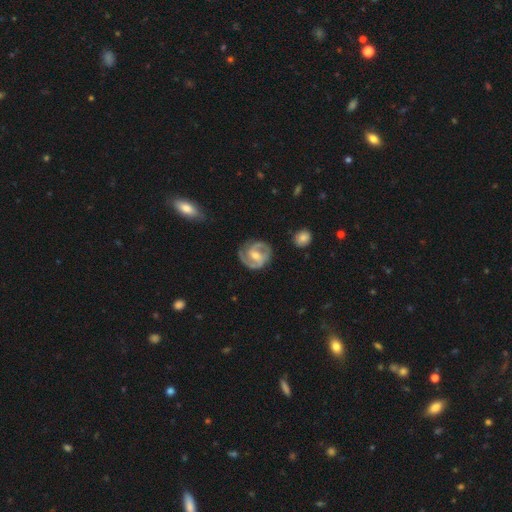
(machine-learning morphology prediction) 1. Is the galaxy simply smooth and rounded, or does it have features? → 86% featured or disk, 9% smooth, 4% star or artifact.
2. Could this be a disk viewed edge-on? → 98% no, 2% yes.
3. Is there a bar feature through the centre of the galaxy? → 47% weak, 27% strong, 25% no.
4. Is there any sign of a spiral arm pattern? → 96% yes, 4% no.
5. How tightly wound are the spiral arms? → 46% tight, 45% medium, 9% loose.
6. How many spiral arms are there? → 85% 2, 5% can't tell, 4% 3, 3% 1, 1% 4, 1% more than 4.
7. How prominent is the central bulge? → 59% moderate, 34% small, 4% large, 2% none, 1% dominant.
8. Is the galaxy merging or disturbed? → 77% none, 16% minor disturbance, 5% major disturbance, 2% merger.